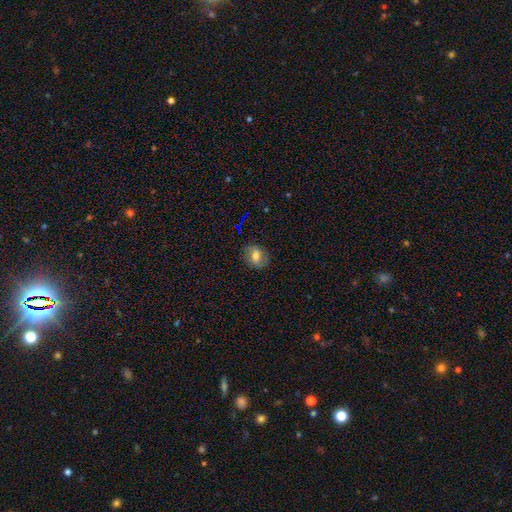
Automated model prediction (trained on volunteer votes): smooth_or_featured: smooth (p=0.54) [alt: featured or disk p=0.34]
how_rounded: round (p=0.50) [alt: in between p=0.48]
merging: none (p=0.80) [alt: minor disturbance p=0.14]